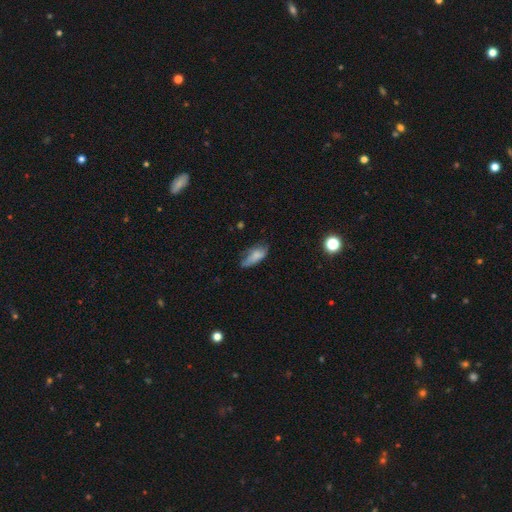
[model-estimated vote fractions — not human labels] A smooth galaxy with no disk features (73%) that is in between round and cigar-shaped (82%).

Vote fractions:
- Smooth or featured? smooth: 73% / featured or disk: 19% / star or artifact: 8%
- How rounded? in between: 82% / cigar-shaped: 15% / round: 3%
- Merging? none: 50% / minor disturbance: 36% / major disturbance: 11% / merger: 3%